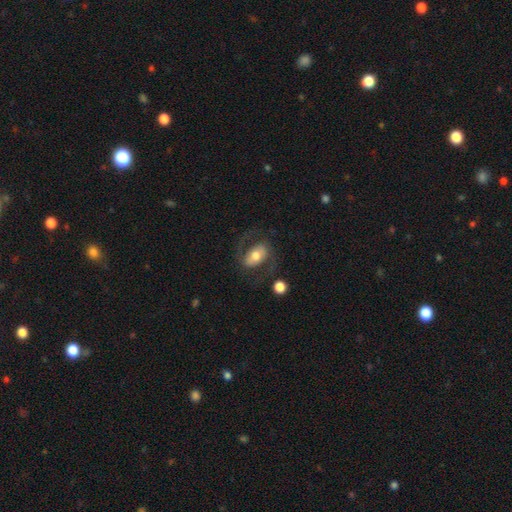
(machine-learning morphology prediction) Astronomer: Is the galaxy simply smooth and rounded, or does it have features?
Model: featured or disk — 60%.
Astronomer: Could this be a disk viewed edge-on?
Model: no — 95%.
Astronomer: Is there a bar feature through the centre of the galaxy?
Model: strong — 34% (runner-up: weak, 33%).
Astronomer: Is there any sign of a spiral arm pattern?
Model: yes — 79%.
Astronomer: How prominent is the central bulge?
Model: moderate — 65%.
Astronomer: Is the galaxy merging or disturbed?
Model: none — 63%.